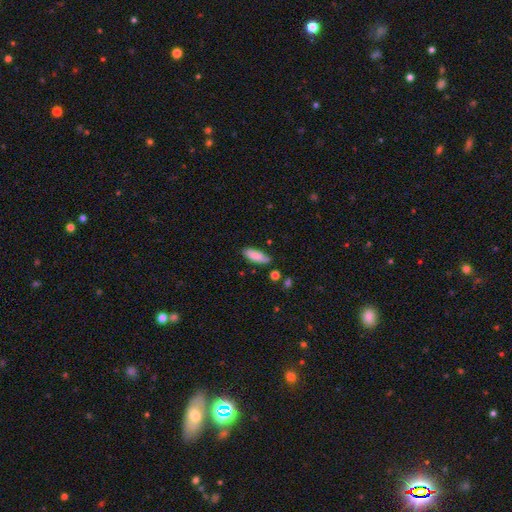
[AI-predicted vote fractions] smooth-or-featured: smooth: 85% | featured or disk: 9% | star or artifact: 7%
  how-rounded: in between: 64% | cigar-shaped: 34% | round: 2%
  merging: none: 68% | minor disturbance: 24% | major disturbance: 5% | merger: 4%